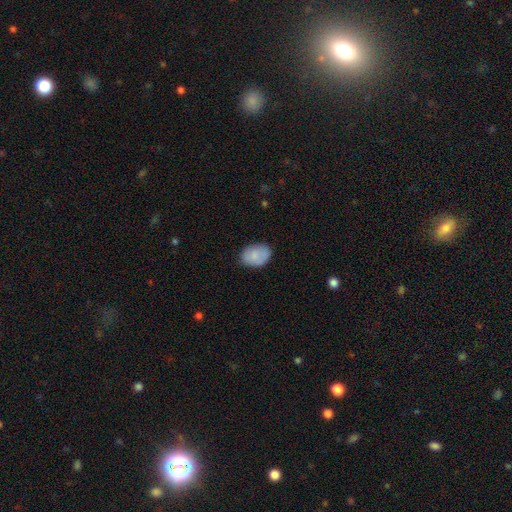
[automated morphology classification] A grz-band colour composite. It shows a smooth galaxy with no disk features (84%) that is in between round and cigar-shaped (75%). Merging: none (78%).